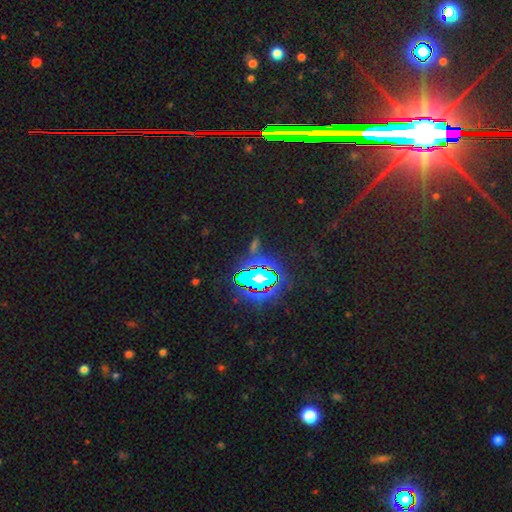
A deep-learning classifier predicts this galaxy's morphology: The model was most divided on "smooth or featured": star or artifact: 85%, featured or disk: 8%, smooth: 7%.